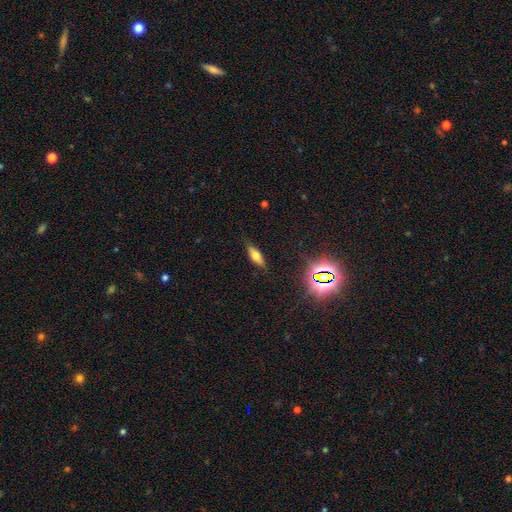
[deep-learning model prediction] smooth-or-featured: smooth: 57% | featured or disk: 28% | star or artifact: 15%
  how-rounded: in between: 61% | cigar-shaped: 35% | round: 4%
  merging: none: 83% | minor disturbance: 13% | major disturbance: 3% | merger: 1%